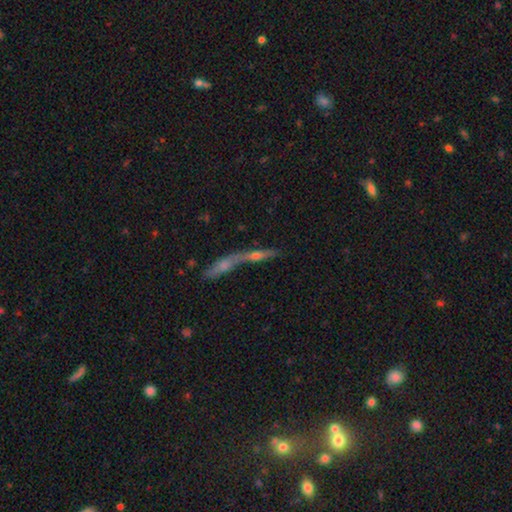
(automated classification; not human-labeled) The model was most divided on "merging": none: 42%, merger: 31%, major disturbance: 14%, minor disturbance: 13%. Remaining: smooth or featured — featured or disk (46%).